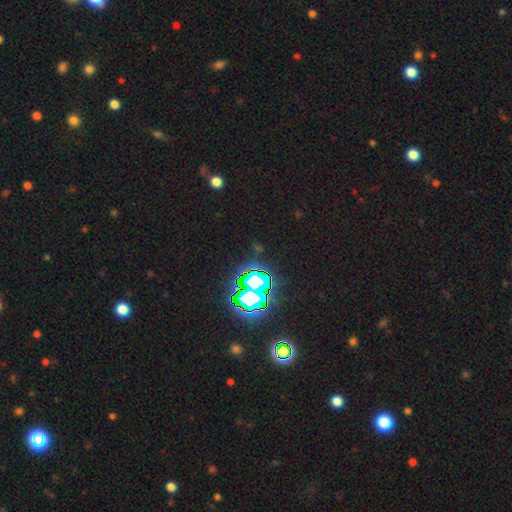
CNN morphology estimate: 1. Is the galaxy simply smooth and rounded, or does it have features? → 79% star or artifact, 13% smooth, 8% featured or disk.